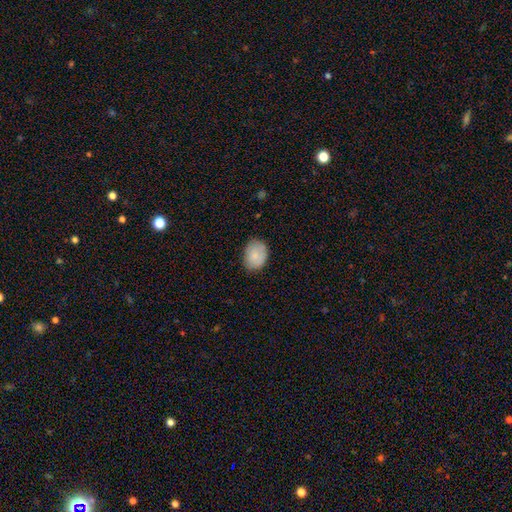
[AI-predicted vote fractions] This appears to be a smooth galaxy with no disk features (84%) that is in between round and cigar-shaped (62%). Merging: none (78%).